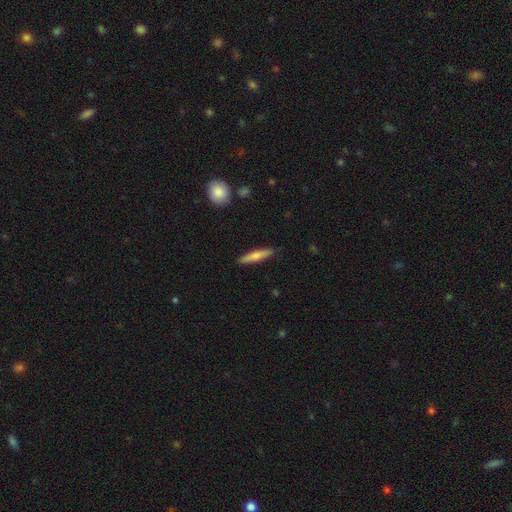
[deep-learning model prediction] Smooth or featured: smooth — 69% (featured or disk — 25%)
How rounded: cigar-shaped — 87% (in between — 11%)
Merging: none — 89% (minor disturbance — 8%)